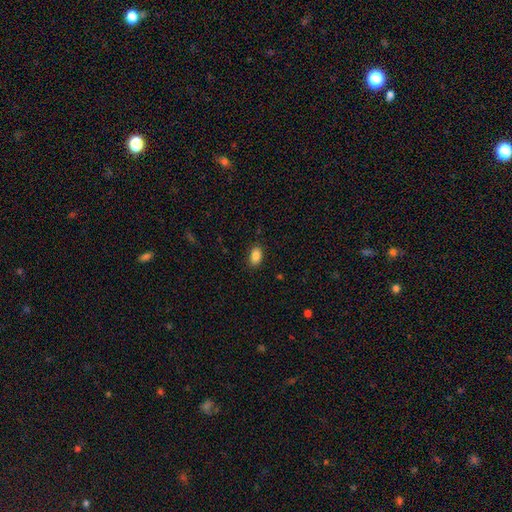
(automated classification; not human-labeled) smooth_or_featured: smooth (p=0.86) [alt: star or artifact p=0.08]
how_rounded: in between (p=0.89) [alt: round p=0.09]
merging: none (p=0.88) [alt: minor disturbance p=0.09]